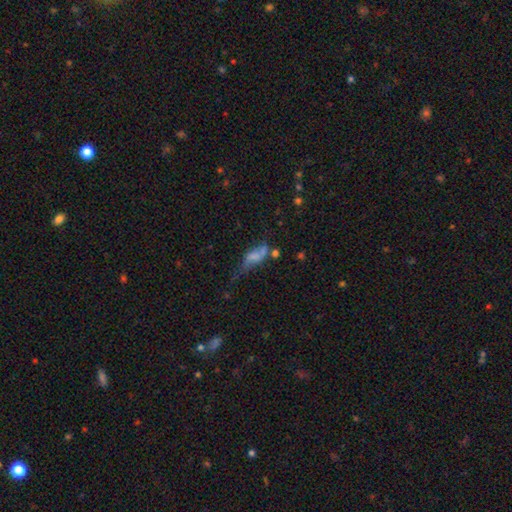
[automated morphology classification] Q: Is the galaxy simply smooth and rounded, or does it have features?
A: smooth — 55%.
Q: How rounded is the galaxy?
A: in between — 75%.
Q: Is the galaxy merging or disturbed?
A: major disturbance — 32%.